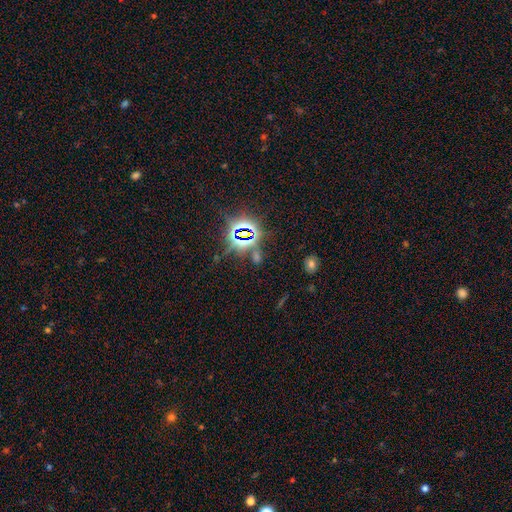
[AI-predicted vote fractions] Morphology: type=star or artifact (75%).